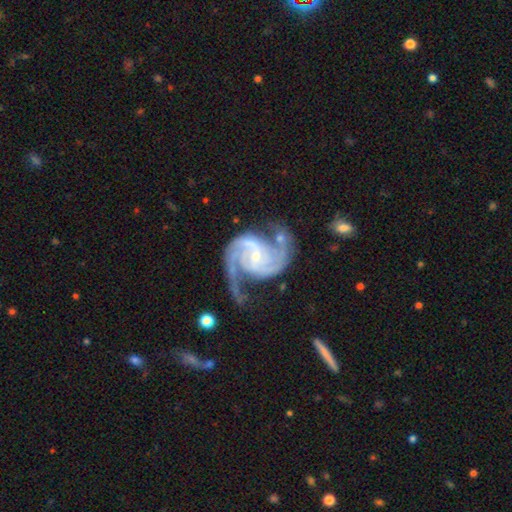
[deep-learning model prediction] smooth-or-featured: featured or disk: 94% | star or artifact: 4% | smooth: 2%
  disk-edge-on: no: 98% | yes: 2%
    bar: weak: 43% | no: 38% | strong: 19%
    has-spiral-arms: yes: 99% | no: 1%
      spiral-winding: medium: 57% | tight: 28% | loose: 15%
      spiral-arm-count: 2: 79% | 3: 10% | can't tell: 3% | 4: 3% | 1: 2% | more than 4: 2%
    bulge-size: small: 71% | moderate: 24% | none: 3% | large: 1% | dominant: 1%
  merging: none: 59% | minor disturbance: 21% | major disturbance: 14% | merger: 6%